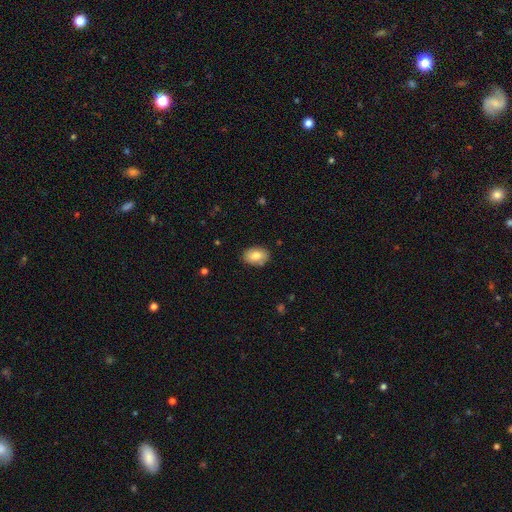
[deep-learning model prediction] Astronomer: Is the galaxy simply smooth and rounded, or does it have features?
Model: smooth — 81%.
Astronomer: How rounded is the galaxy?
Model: in between — 82%.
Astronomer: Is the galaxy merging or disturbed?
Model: none — 85%.